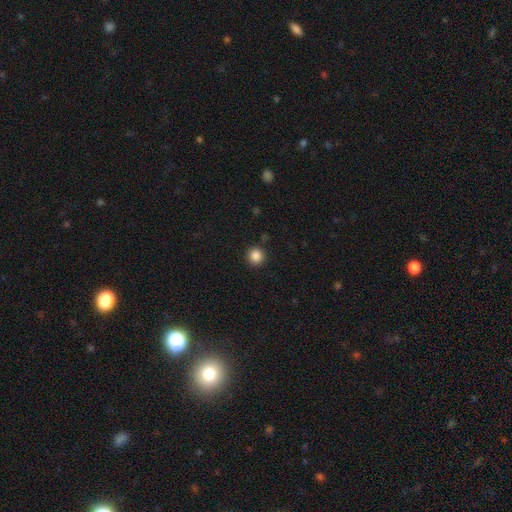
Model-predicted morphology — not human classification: smooth_or_featured: smooth (p=0.86) [alt: star or artifact p=0.11]
how_rounded: round (p=0.94) [alt: in between p=0.05]
merging: none (p=0.90) [alt: minor disturbance p=0.06]